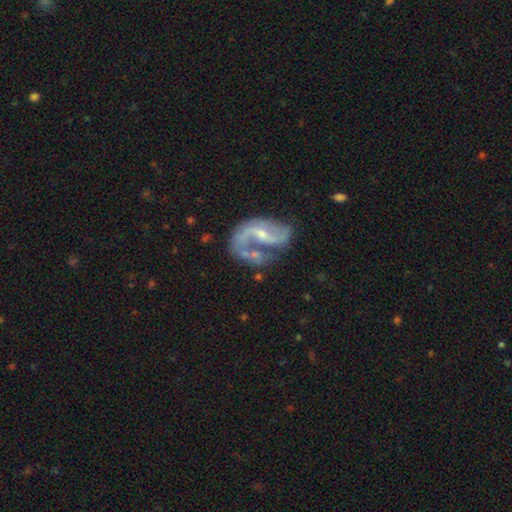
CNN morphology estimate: Smooth or featured?
  - featured or disk: 84% *
  - smooth: 10%
  - star or artifact: 6%
Edge-on disk?
  - no: 97% *
  - yes: 3%
Bar?
  - weak: 47% *
  - no: 27%
  - strong: 25%
Spiral arms?
  - yes: 91% *
  - no: 9%
Spiral winding?
  - loose: 54% *
  - medium: 38%
  - tight: 9%
Spiral arm count?
  - 2: 81% *
  - 1: 12%
  - can't tell: 4%
  - 3: 2%
  - 4: 1%
  - more than 4: 1%
Bulge size?
  - small: 57% *
  - moderate: 33%
  - none: 7%
  - large: 2%
  - dominant: 1%
Merging?
  - none: 43% *
  - major disturbance: 22%
  - minor disturbance: 20%
  - merger: 15%